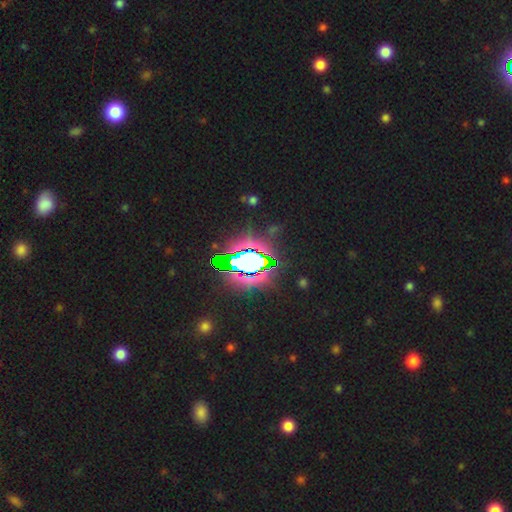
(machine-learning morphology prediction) Smooth or featured? star or artifact (84%)